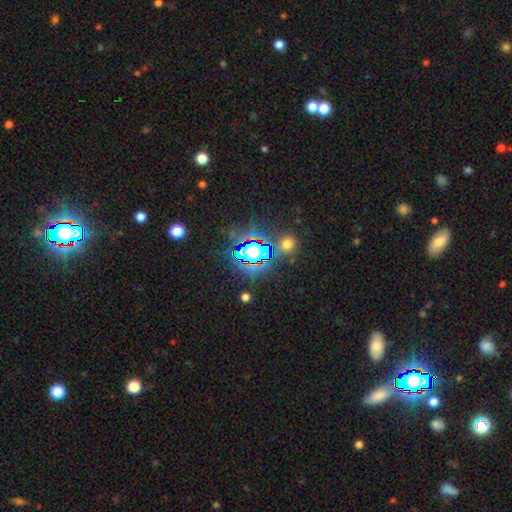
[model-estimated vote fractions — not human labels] Morphology: type=star or artifact (72%).